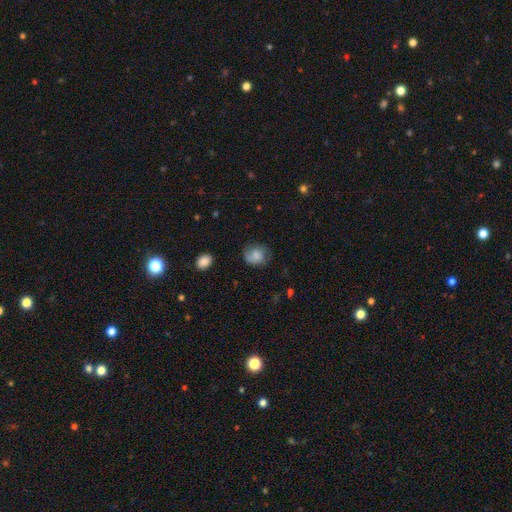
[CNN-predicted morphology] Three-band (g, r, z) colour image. It shows a smooth galaxy with no disk features (71%) that is round (64%). Merging: none (60%).